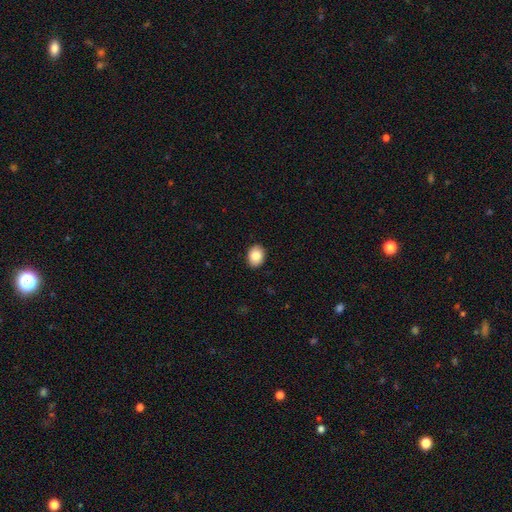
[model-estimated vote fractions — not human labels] Q: Smooth or featured?
A: smooth (86%); runner-up: star or artifact (8%)
Q: How rounded?
A: in between (66%); runner-up: round (33%)
Q: Merging?
A: none (90%); runner-up: minor disturbance (7%)